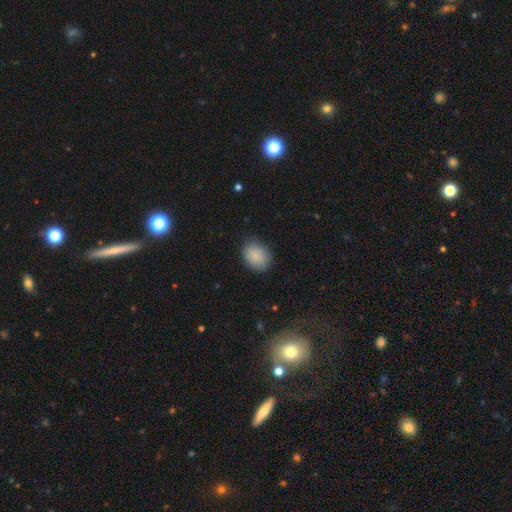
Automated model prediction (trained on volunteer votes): Smooth or featured?
  - smooth: 86% *
  - star or artifact: 8%
  - featured or disk: 6%
How rounded?
  - in between: 55% *
  - round: 44%
  - cigar-shaped: 1%
Merging?
  - none: 81% *
  - minor disturbance: 14%
  - major disturbance: 3%
  - merger: 1%